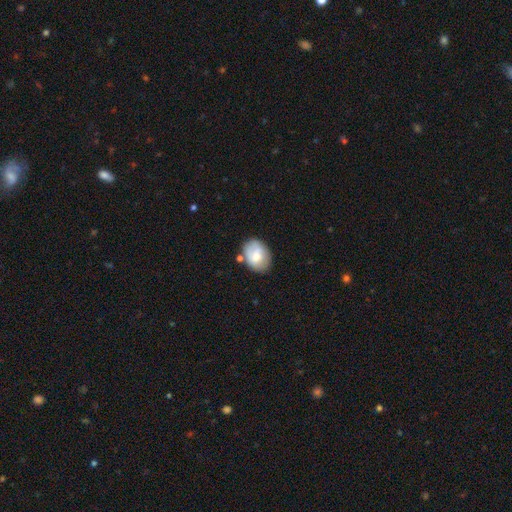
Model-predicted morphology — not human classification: Smooth or featured: smooth — 68% (featured or disk — 25%)
How rounded: in between — 70% (round — 29%)
Merging: none — 68% (minor disturbance — 19%)